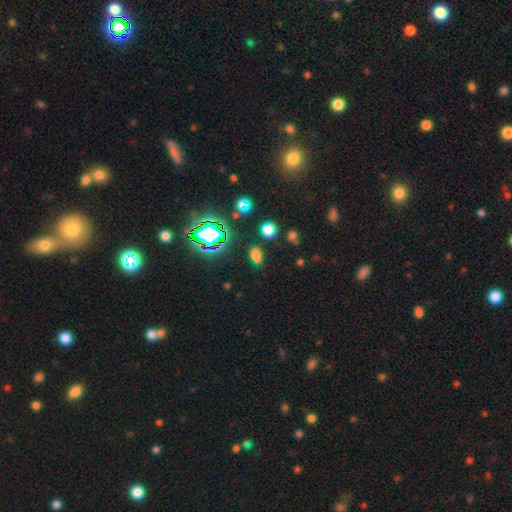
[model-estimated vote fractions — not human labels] Smooth or featured? Predicted: smooth (p=0.61). How rounded? Predicted: in between (p=0.82). Merging? Predicted: none (p=0.77).